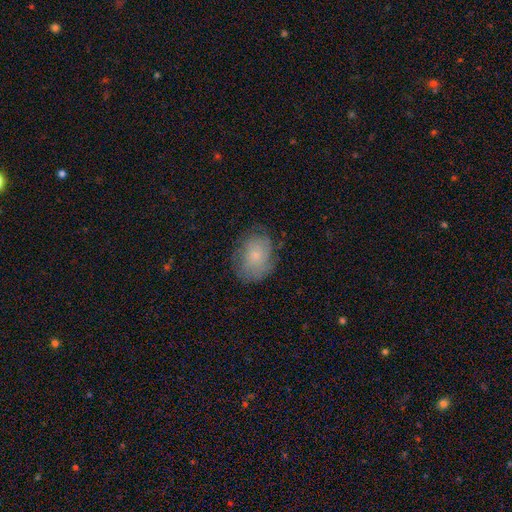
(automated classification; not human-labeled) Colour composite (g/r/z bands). It shows a smooth galaxy with no disk features (65%) that is in between round and cigar-shaped (63%). Merging: none (69%).